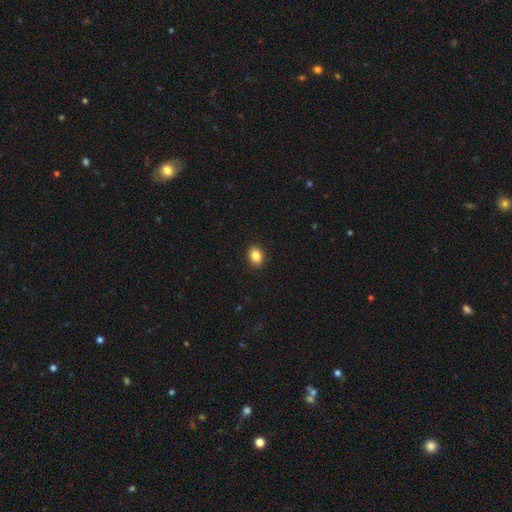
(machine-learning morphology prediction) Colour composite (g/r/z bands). It shows a smooth galaxy with no disk features (85%) that is in between round and cigar-shaped (60%). Merging: none (90%).